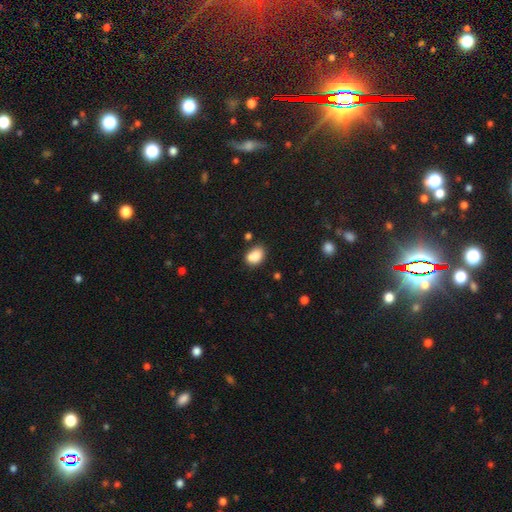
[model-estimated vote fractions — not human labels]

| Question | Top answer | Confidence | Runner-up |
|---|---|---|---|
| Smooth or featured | smooth | 85% | star or artifact (9%) |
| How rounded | in between | 76% | round (22%) |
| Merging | none | 60% | minor disturbance (20%) |